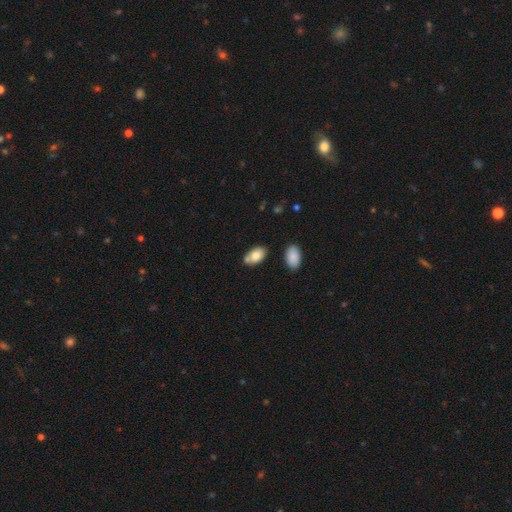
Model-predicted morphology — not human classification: Smooth or featured? smooth (79%)
How rounded? in between (92%)
Merging? none (65%)